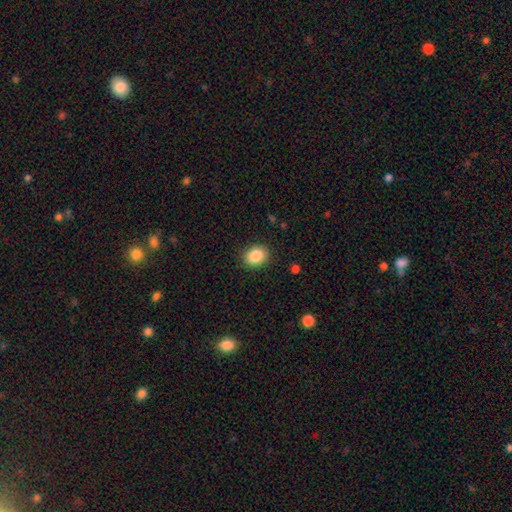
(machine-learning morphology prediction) The model was most divided on "how rounded": in between: 57%, round: 42%, cigar-shaped: 1%. More confident: merging — none (88%); smooth or featured — smooth (87%).